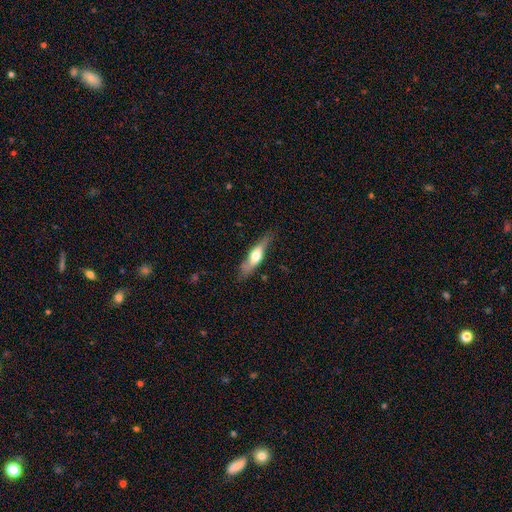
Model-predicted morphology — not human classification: Smooth or featured?
  - featured or disk: 48% *
  - smooth: 46%
  - star or artifact: 6%
Merging?
  - none: 69% *
  - minor disturbance: 23%
  - major disturbance: 6%
  - merger: 2%